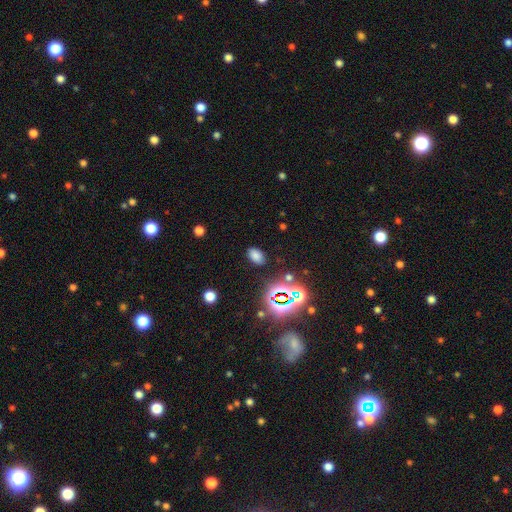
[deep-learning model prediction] smooth_or_featured: smooth (p=0.69) [alt: star or artifact p=0.23]
how_rounded: in between (p=0.87) [alt: round p=0.12]
merging: none (p=0.86) [alt: minor disturbance p=0.09]